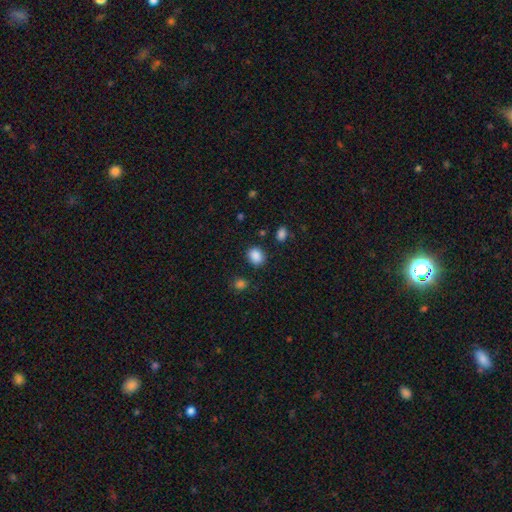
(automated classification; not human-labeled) smooth_or_featured: smooth (p=0.87) [alt: star or artifact p=0.10]
how_rounded: round (p=0.54) [alt: in between p=0.45]
merging: none (p=0.81) [alt: minor disturbance p=0.12]